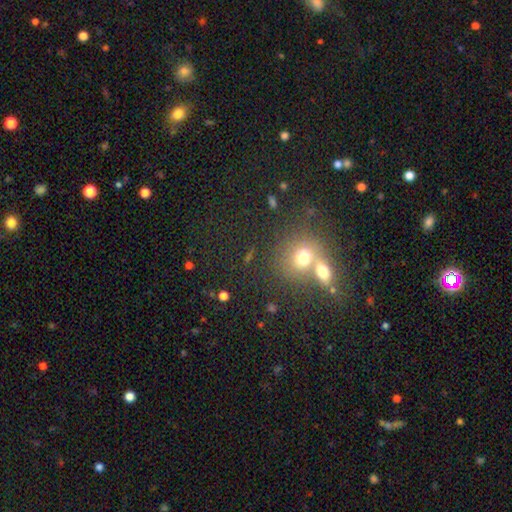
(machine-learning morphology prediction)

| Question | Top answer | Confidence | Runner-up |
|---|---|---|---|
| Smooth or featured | smooth | 52% | star or artifact (36%) |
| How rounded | round | 78% | in between (20%) |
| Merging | none | 47% | merger (39%) |